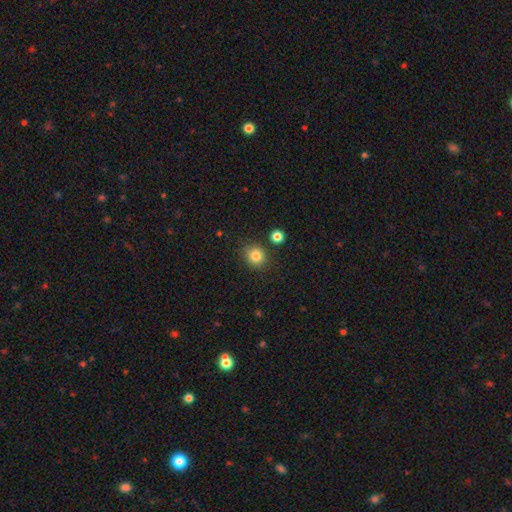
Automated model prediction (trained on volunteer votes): Smooth or featured?
  - smooth: 83% *
  - star or artifact: 11%
  - featured or disk: 5%
How rounded?
  - round: 85% *
  - in between: 14%
  - cigar-shaped: 1%
Merging?
  - none: 83% *
  - minor disturbance: 9%
  - merger: 5%
  - major disturbance: 3%